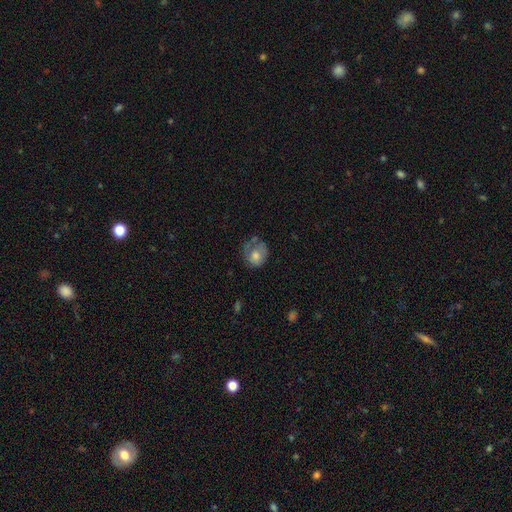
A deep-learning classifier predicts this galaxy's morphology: smooth-or-featured: smooth: 56% | featured or disk: 35% | star or artifact: 9%
  how-rounded: round: 65% | in between: 34% | cigar-shaped: 1%
  merging: none: 44% | minor disturbance: 28% | major disturbance: 24% | merger: 4%